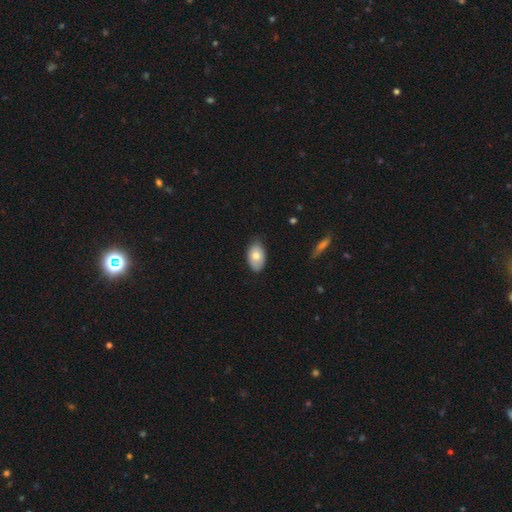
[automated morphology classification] smooth 74%, featured or disk 19%, star or artifact 7%. Down the decision tree: how rounded — in between (92%); merging — none (77%).